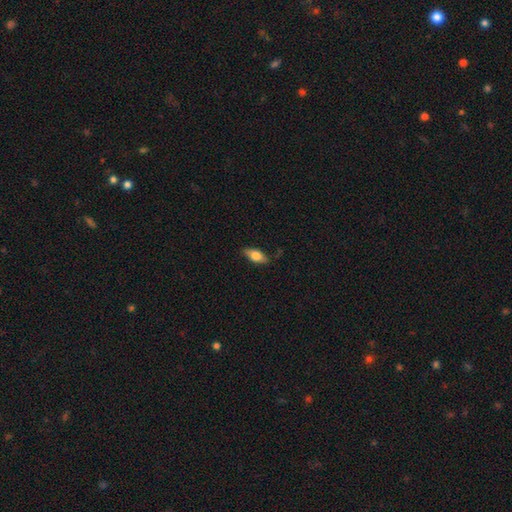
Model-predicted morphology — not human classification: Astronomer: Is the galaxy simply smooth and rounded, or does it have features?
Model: smooth — 70%.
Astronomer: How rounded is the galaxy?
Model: in between — 82%.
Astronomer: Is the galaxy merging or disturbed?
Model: none — 82%.